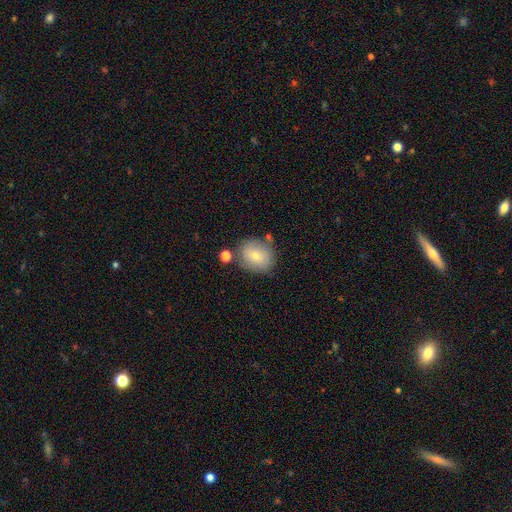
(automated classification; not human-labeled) Smooth or featured? Predicted: smooth (p=0.71). How rounded? Predicted: round (p=0.70). Merging? Predicted: none (p=0.72).